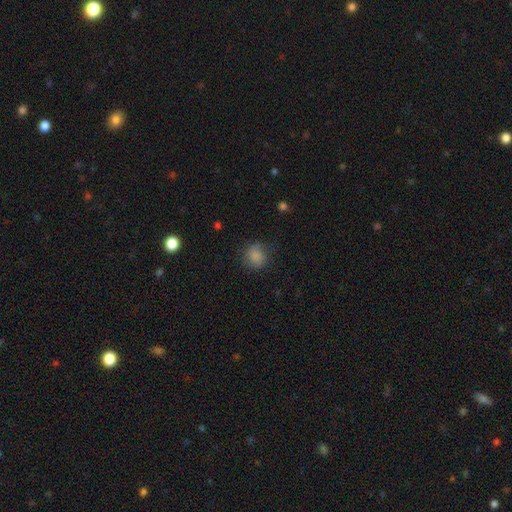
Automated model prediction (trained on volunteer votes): Q: Smooth or featured?
A: smooth (83%); runner-up: star or artifact (10%)
Q: How rounded?
A: round (82%); runner-up: in between (17%)
Q: Merging?
A: none (73%); runner-up: minor disturbance (19%)